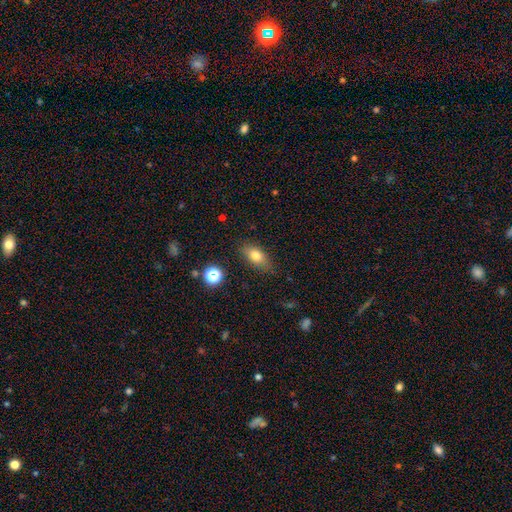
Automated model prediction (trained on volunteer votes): Smooth or featured?
  - smooth: 76% *
  - featured or disk: 13%
  - star or artifact: 11%
How rounded?
  - in between: 81% *
  - round: 10%
  - cigar-shaped: 8%
Merging?
  - none: 83% *
  - minor disturbance: 12%
  - major disturbance: 3%
  - merger: 2%